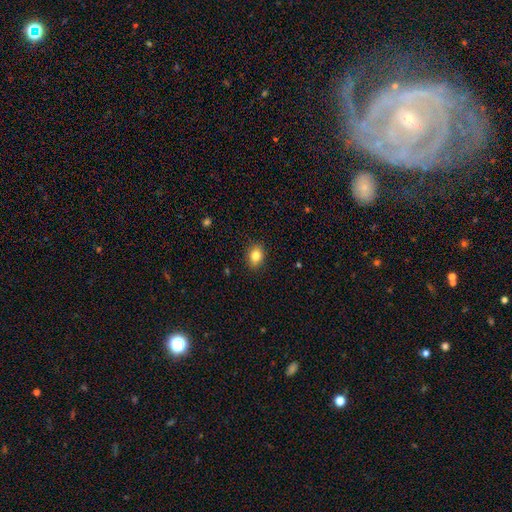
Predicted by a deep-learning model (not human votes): A smooth galaxy with no disk features (83%) that is in between round and cigar-shaped (63%). Merging: none (87%).